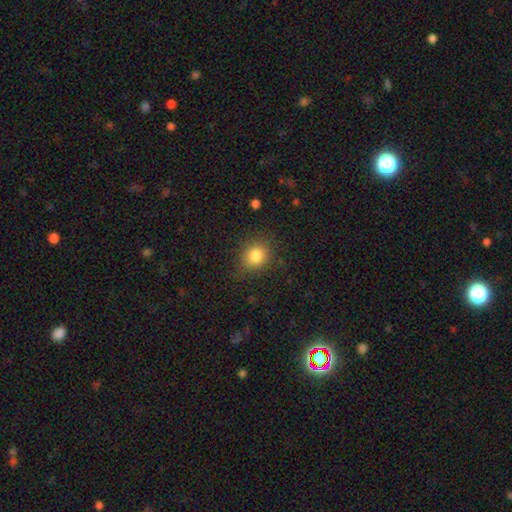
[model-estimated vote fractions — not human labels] A smooth galaxy with no disk features (82%) that is round (74%).

Vote fractions:
- Smooth or featured? smooth: 82% / star or artifact: 11% / featured or disk: 6%
- How rounded? round: 74% / in between: 25% / cigar-shaped: 1%
- Merging? none: 82% / minor disturbance: 13% / major disturbance: 4% / merger: 1%